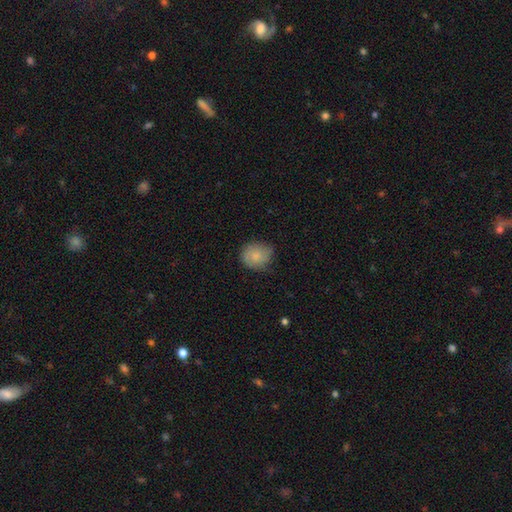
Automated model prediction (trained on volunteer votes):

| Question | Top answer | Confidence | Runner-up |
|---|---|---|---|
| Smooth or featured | smooth | 80% | featured or disk (13%) |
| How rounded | round | 75% | in between (24%) |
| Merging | none | 67% | minor disturbance (27%) |